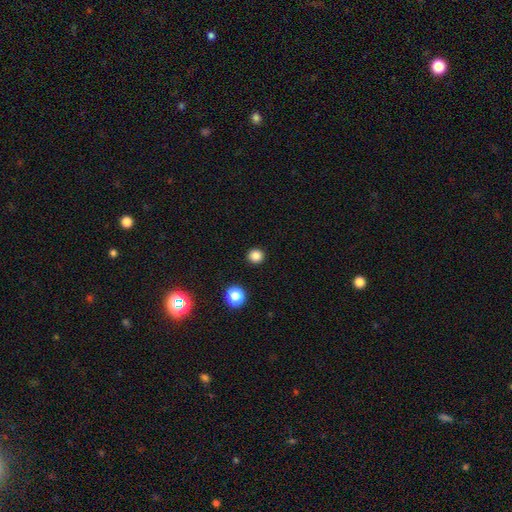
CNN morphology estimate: Smooth or featured?
  - smooth: 83% *
  - star or artifact: 13%
  - featured or disk: 3%
How rounded?
  - round: 93% *
  - in between: 6%
  - cigar-shaped: 1%
Merging?
  - none: 93% *
  - minor disturbance: 4%
  - major disturbance: 2%
  - merger: 1%